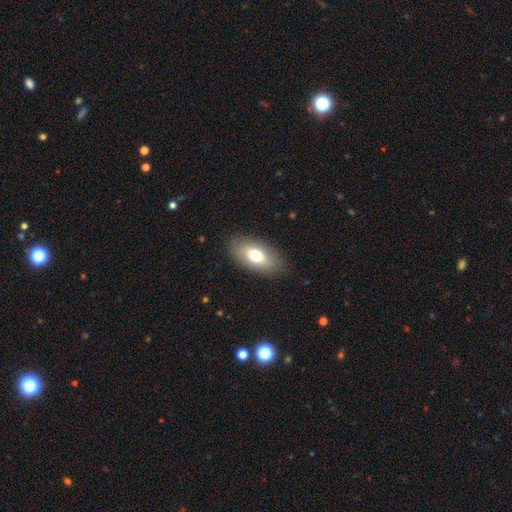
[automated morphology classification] The model was most divided on "smooth or featured": smooth: 73%, featured or disk: 20%, star or artifact: 8%. More confident: how rounded — in between (91%); merging — none (86%).